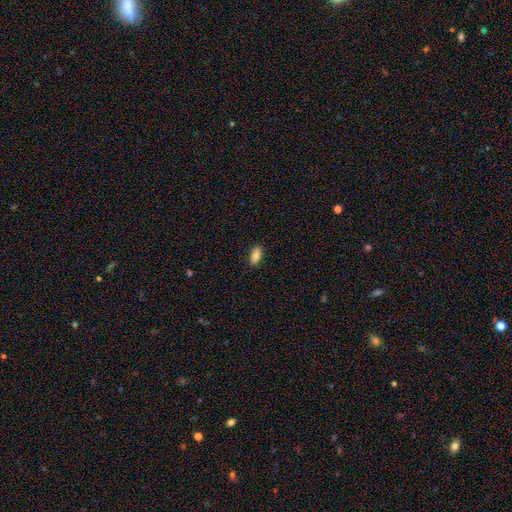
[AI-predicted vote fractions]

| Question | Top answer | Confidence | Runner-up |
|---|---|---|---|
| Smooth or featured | smooth | 83% | featured or disk (9%) |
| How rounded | in between | 89% | cigar-shaped (8%) |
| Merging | none | 88% | minor disturbance (9%) |